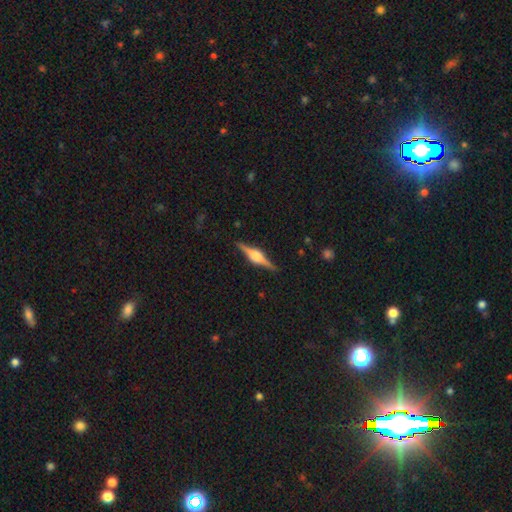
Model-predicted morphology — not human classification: Overall: featured or disk (84%). Edge-on disk: yes (98%). Edge-on bulge: rounded (86%). Merging: none (90%).